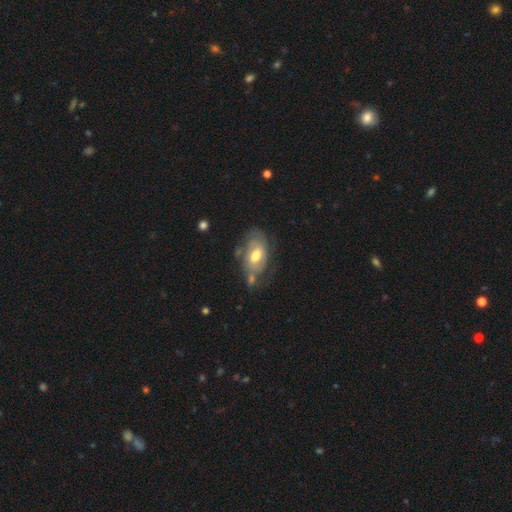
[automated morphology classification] The model was most divided on "bar": no: 47%, weak: 43%, strong: 10%. Remaining: edge-on disk — no (93%); spiral arms — yes (72%); bulge size — moderate (64%); smooth or featured — featured or disk (59%); merging — none (48%).